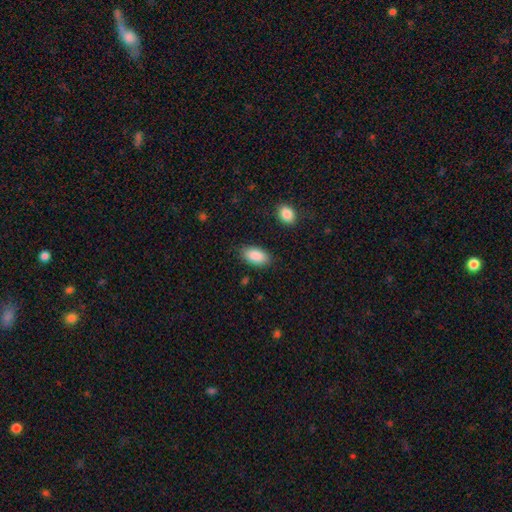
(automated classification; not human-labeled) Overall: smooth (89%). How rounded: in between (94%). Merging: none (84%).